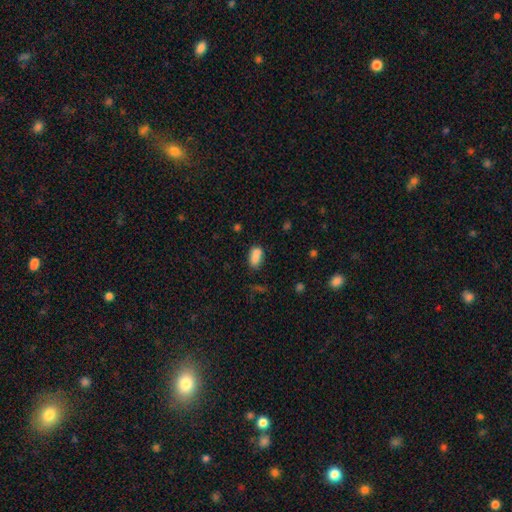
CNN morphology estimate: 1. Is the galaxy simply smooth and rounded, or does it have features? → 78% smooth, 12% featured or disk, 10% star or artifact.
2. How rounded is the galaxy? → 84% in between, 12% round, 4% cigar-shaped.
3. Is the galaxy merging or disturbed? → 44% none, 35% merger, 16% minor disturbance, 5% major disturbance.